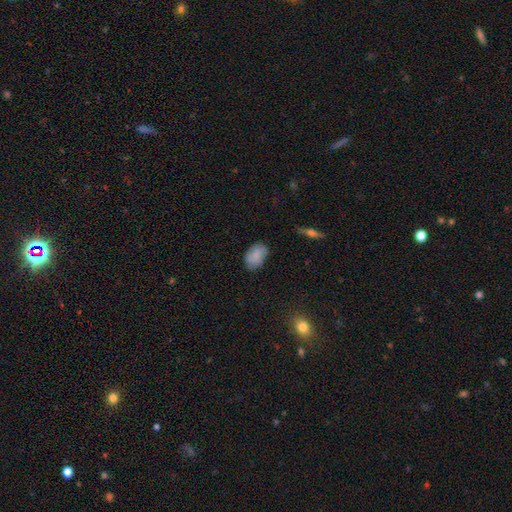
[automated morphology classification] type=smooth (78%); roundness=in between (86%); merging=none (74%).